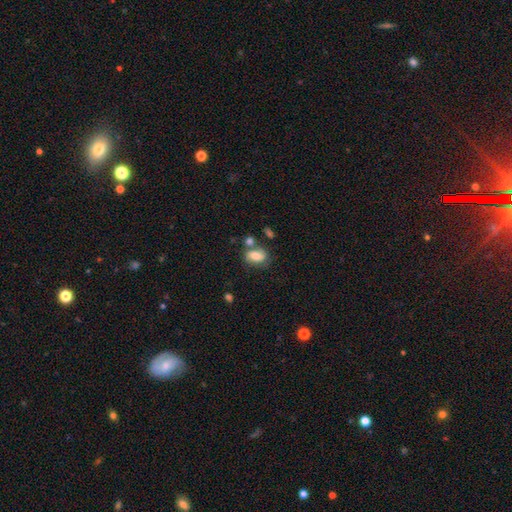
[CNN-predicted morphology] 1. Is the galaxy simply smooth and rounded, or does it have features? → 62% smooth, 29% featured or disk, 9% star or artifact.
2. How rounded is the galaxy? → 78% in between, 20% round, 2% cigar-shaped.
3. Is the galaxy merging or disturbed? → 53% none, 20% minor disturbance, 20% merger, 8% major disturbance.